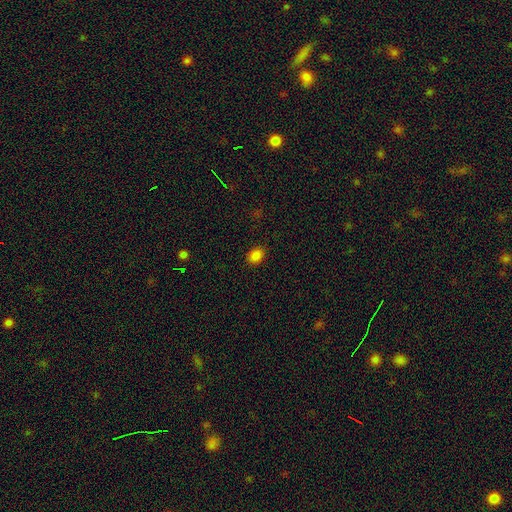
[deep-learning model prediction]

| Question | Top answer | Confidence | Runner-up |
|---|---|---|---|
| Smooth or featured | smooth | 84% | star or artifact (12%) |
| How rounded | in between | 68% | round (31%) |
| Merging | none | 87% | minor disturbance (9%) |